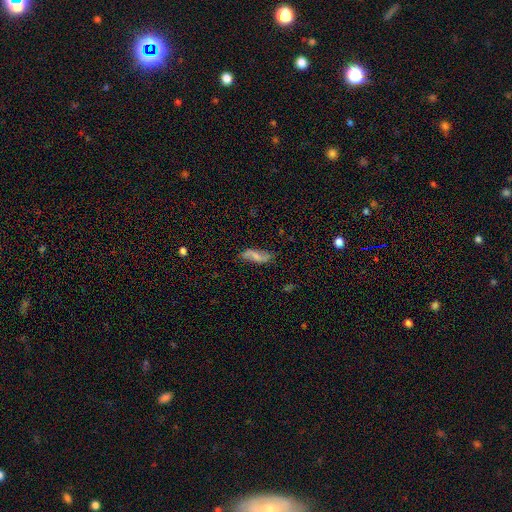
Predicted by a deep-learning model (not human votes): The model was most divided on "smooth or featured": smooth: 48%, featured or disk: 44%, star or artifact: 8%. More confident: merging — none (71%).